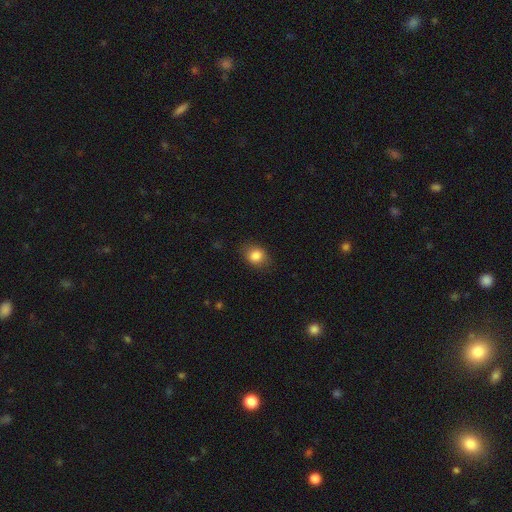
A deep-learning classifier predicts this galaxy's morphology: This appears to be a smooth galaxy with no disk features (84%) that is in between round and cigar-shaped (51%). Merging: none (81%).